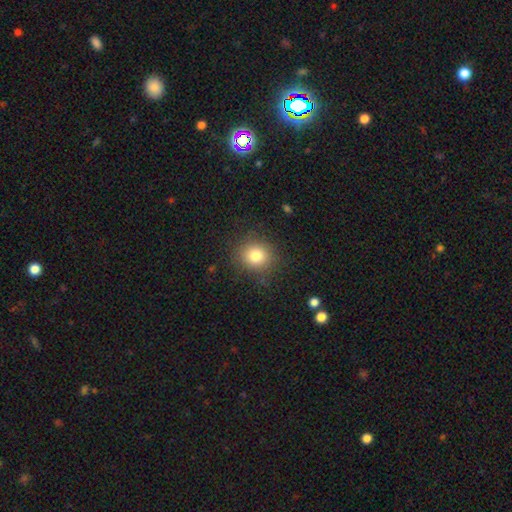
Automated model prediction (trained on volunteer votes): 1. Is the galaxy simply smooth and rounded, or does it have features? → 79% smooth, 13% star or artifact, 8% featured or disk.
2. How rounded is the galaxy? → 86% round, 13% in between, 1% cigar-shaped.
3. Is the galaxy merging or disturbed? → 87% none, 9% minor disturbance, 3% major disturbance, 1% merger.